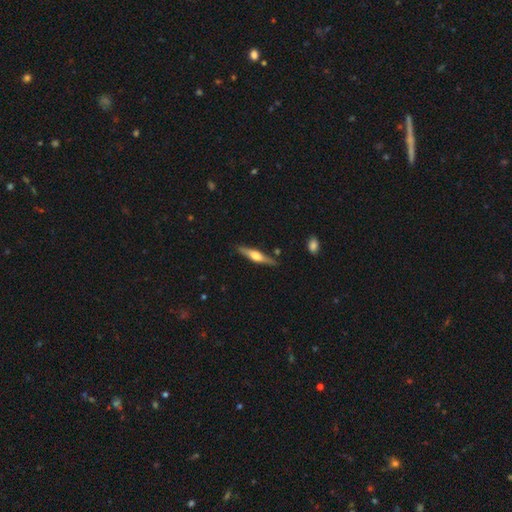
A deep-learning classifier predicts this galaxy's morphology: Smooth or featured? Predicted: featured or disk (p=0.65). Edge-on disk? Predicted: yes (p=0.97). Edge-on bulge? Predicted: rounded (p=0.89). Merging? Predicted: none (p=0.86).